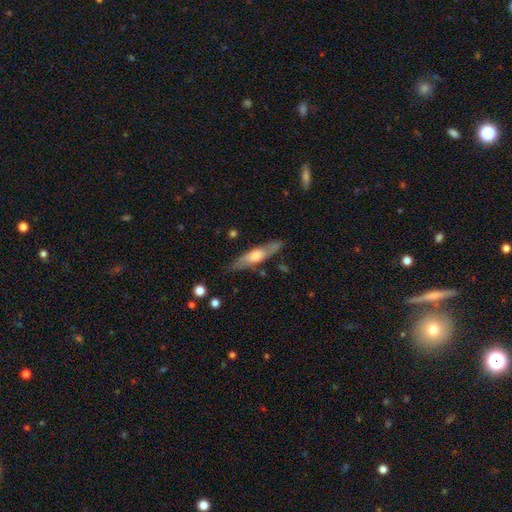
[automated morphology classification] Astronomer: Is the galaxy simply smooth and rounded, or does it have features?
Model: featured or disk — 53% (runner-up: smooth, 42%).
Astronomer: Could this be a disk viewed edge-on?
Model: yes — 76%.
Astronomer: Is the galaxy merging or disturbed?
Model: none — 81%.